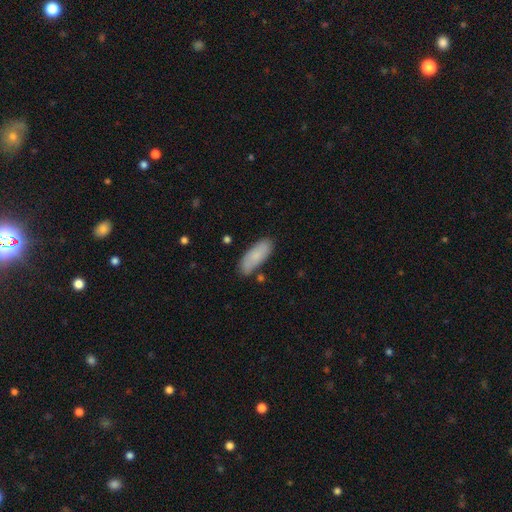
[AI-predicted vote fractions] Q: Smooth or featured?
A: smooth (82%); runner-up: featured or disk (12%)
Q: How rounded?
A: in between (73%); runner-up: cigar-shaped (25%)
Q: Merging?
A: none (78%); runner-up: minor disturbance (15%)